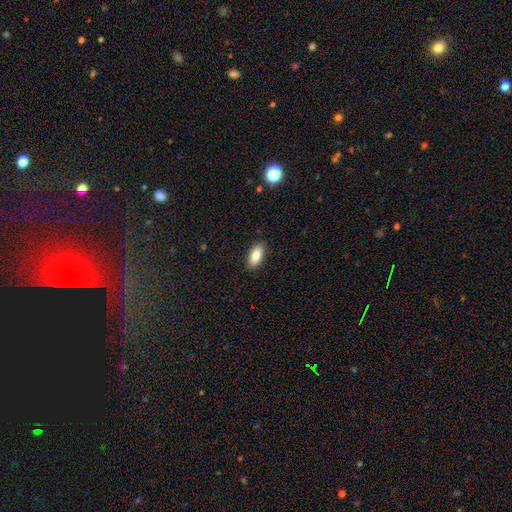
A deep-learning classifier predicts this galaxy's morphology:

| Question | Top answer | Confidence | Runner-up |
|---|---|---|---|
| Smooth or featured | smooth | 86% | star or artifact (7%) |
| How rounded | in between | 86% | cigar-shaped (12%) |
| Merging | none | 88% | minor disturbance (9%) |